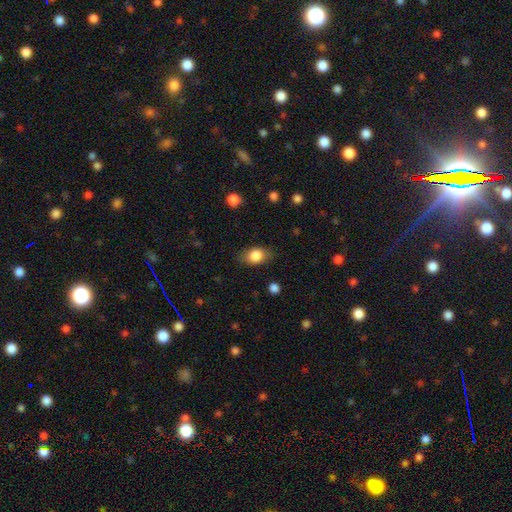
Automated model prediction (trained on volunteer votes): smooth 84%, featured or disk 8%, star or artifact 8%. Down the decision tree: how rounded — in between (74%); merging — none (79%).